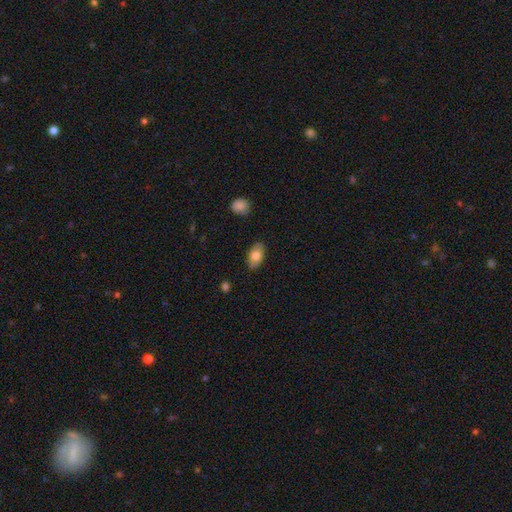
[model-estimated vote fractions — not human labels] Smooth or featured? Predicted: smooth (p=0.76). How rounded? Predicted: in between (p=0.92). Merging? Predicted: none (p=0.84).